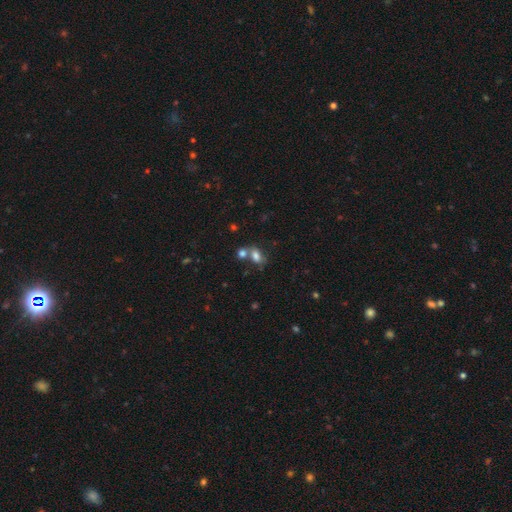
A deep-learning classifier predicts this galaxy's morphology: This is likely a smooth galaxy (77%). How rounded: clearly in between (82%). Merging: marginally none (44%).